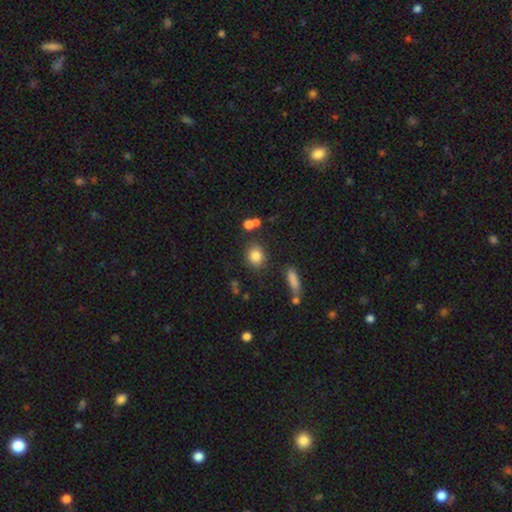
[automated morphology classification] smooth_or_featured: smooth (p=0.82) [alt: star or artifact p=0.11]
how_rounded: round (p=0.70) [alt: in between p=0.28]
merging: none (p=0.78) [alt: minor disturbance p=0.10]